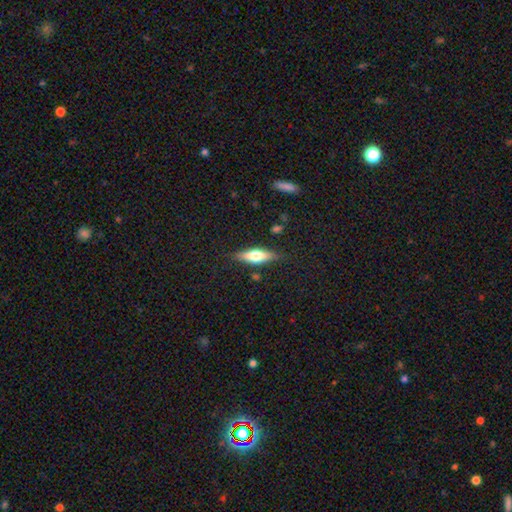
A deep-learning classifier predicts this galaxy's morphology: Smooth or featured: smooth — 57% (featured or disk — 36%)
How rounded: in between — 50% (cigar-shaped — 47%)
Merging: none — 82% (minor disturbance — 13%)